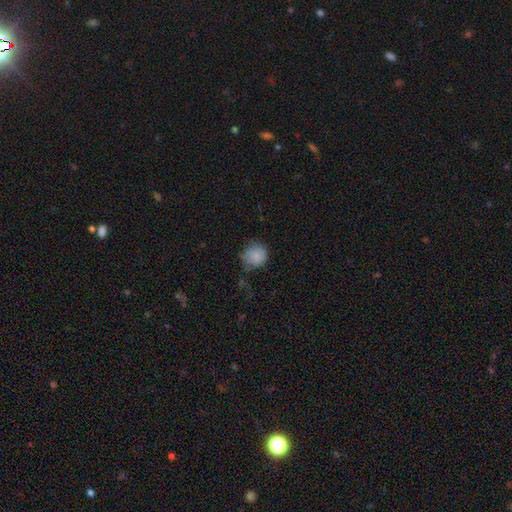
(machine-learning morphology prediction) A smooth galaxy with no disk features (83%) that is round (87%). Merging: none (60%).